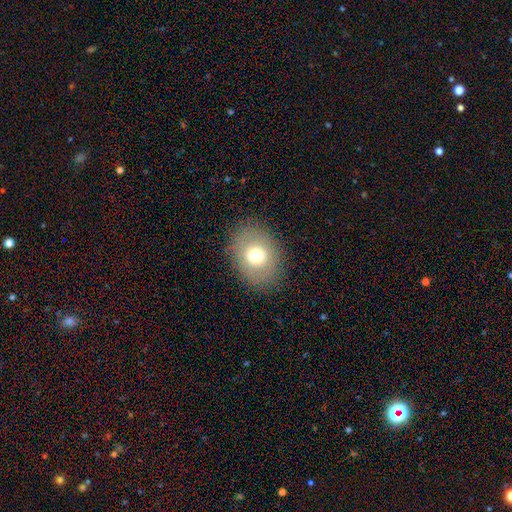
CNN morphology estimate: This is likely a smooth galaxy (72%). How rounded: possibly in between (52%). Merging: clearly none (86%).